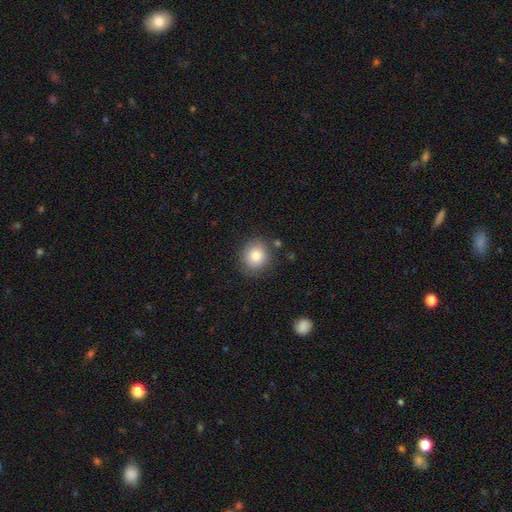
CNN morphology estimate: smooth 82%, star or artifact 9%, featured or disk 9%. Down the decision tree: how rounded — round (84%); merging — none (82%).